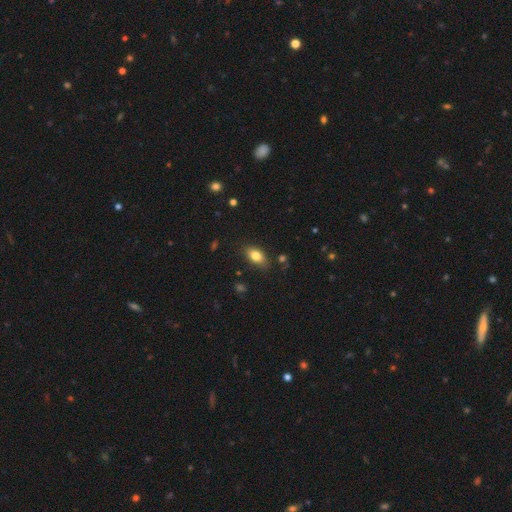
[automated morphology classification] type=smooth (81%); roundness=in between (87%); merging=none (81%).